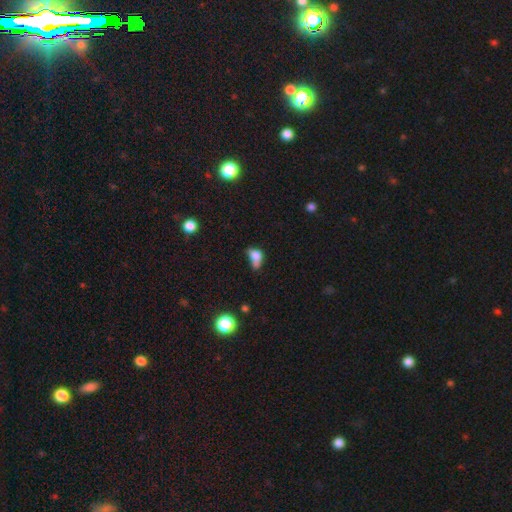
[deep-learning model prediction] Morphology: type=smooth (69%); roundness=in between (70%); merging=major disturbance (26%, tied with minor disturbance and merger).